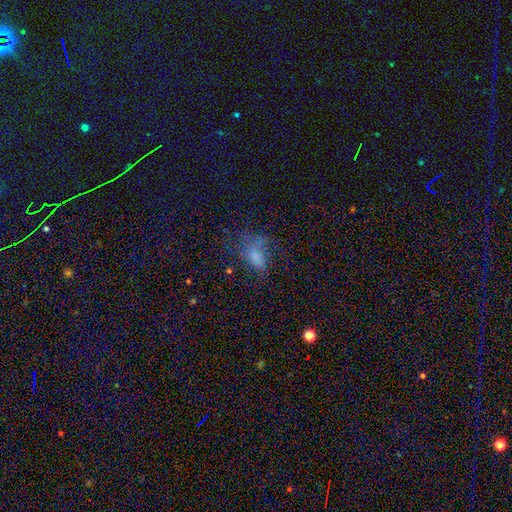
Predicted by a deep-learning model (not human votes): Q: Smooth or featured?
A: smooth (61%); runner-up: featured or disk (20%)
Q: How rounded?
A: in between (85%); runner-up: round (9%)
Q: Merging?
A: none (42%); runner-up: major disturbance (31%)